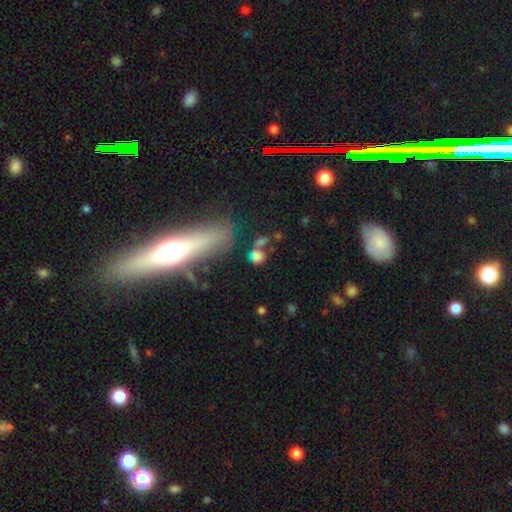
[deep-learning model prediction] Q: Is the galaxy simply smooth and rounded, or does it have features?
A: smooth — 62%.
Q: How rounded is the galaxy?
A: in between — 49%.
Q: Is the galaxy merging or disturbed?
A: none — 41%.